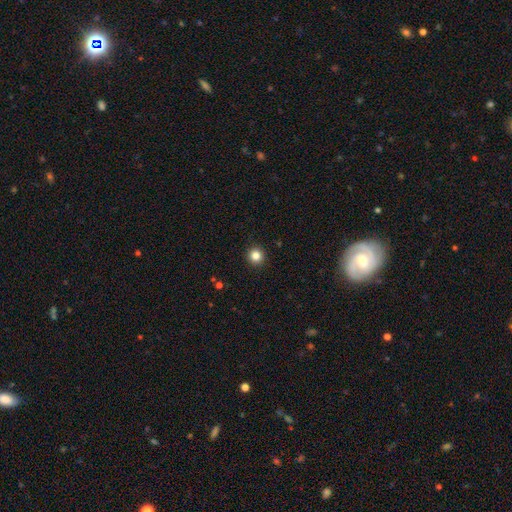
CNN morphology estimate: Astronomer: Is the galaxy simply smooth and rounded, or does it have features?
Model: smooth — 84%.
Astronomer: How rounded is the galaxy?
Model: round — 95%.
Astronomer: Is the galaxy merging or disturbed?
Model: none — 93%.